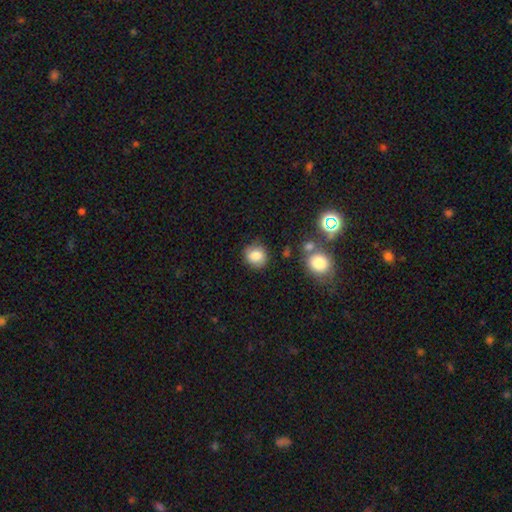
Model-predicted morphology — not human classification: This appears to be a smooth galaxy with no disk features (81%) that is round (81%). Merging: none (78%).